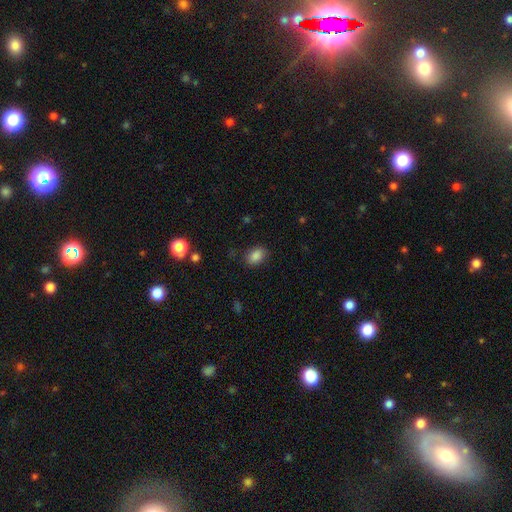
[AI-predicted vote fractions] A smooth galaxy with no disk features (86%) that is in between round and cigar-shaped (80%). Merging: none (84%).